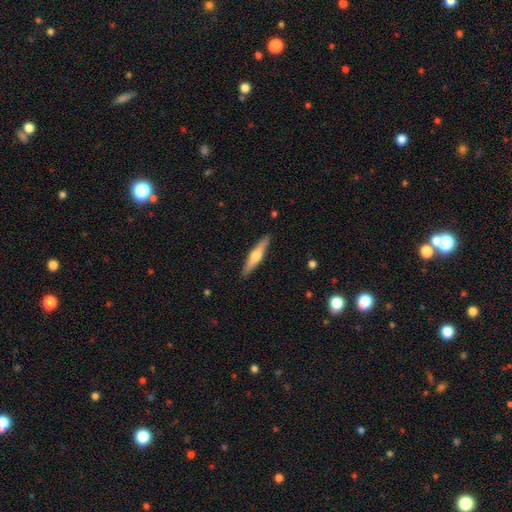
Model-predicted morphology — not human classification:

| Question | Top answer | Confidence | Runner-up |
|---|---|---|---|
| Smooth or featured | featured or disk | 56% | smooth (39%) |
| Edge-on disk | yes | 95% | no (5%) |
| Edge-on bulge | rounded | 92% | none (4%) |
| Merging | none | 90% | minor disturbance (7%) |